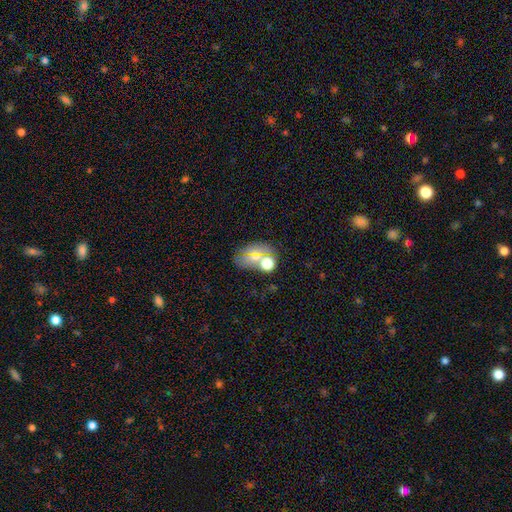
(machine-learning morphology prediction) Overall: smooth (60%; star or artifact 24%). How rounded: in between (67%; round 30%). Merging: none (62%).